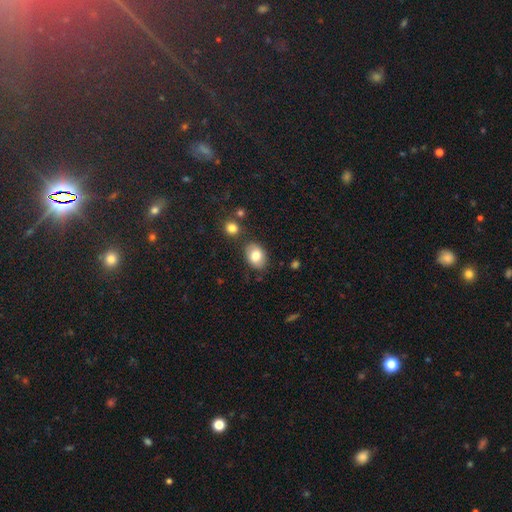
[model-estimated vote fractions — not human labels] smooth 81%, featured or disk 12%, star or artifact 8%. Down the decision tree: how rounded — in between (78%); merging — none (81%).